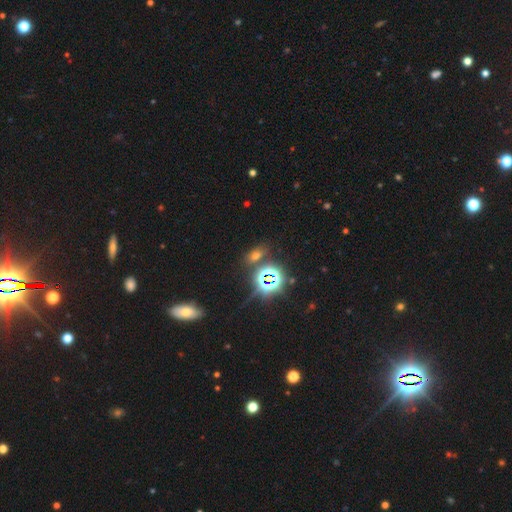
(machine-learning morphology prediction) type=star or artifact (49%).